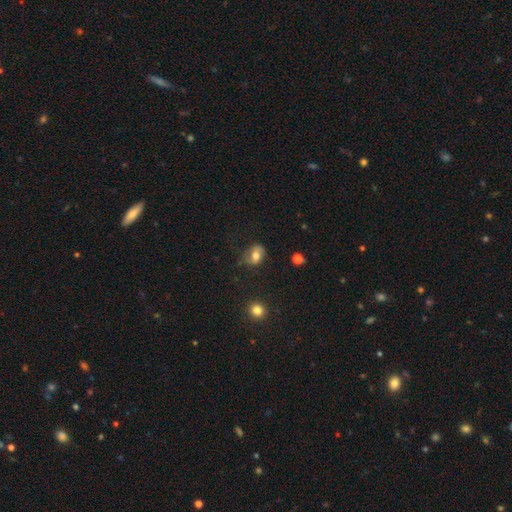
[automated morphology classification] Q: Smooth or featured?
A: smooth (59%); runner-up: featured or disk (31%)
Q: How rounded?
A: in between (61%); runner-up: round (38%)
Q: Merging?
A: none (61%); runner-up: minor disturbance (26%)